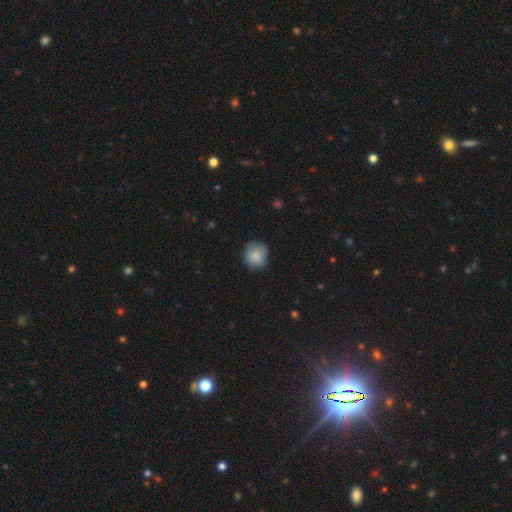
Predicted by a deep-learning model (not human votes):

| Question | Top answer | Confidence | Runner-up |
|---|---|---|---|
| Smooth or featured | smooth | 83% | featured or disk (10%) |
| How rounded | round | 83% | in between (16%) |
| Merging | none | 76% | minor disturbance (20%) |